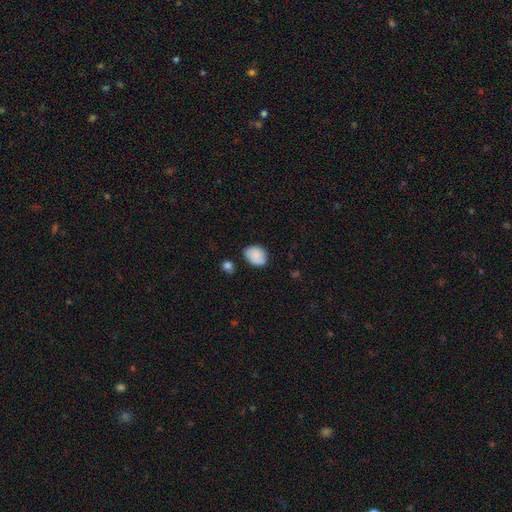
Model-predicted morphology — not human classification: type=smooth (85%); roundness=in between (63%); merging=none (69%).